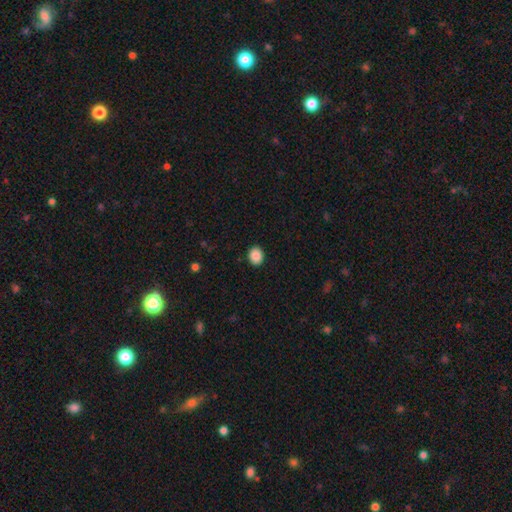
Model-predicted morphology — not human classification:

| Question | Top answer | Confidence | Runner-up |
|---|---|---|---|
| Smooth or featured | smooth | 89% | star or artifact (8%) |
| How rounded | round | 54% | in between (45%) |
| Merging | none | 91% | minor disturbance (6%) |